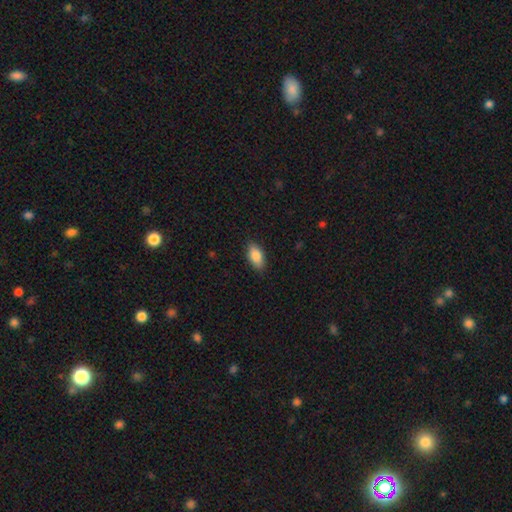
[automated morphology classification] This is clearly a smooth galaxy (87%). How rounded: clearly in between (91%). Merging: clearly none (87%).